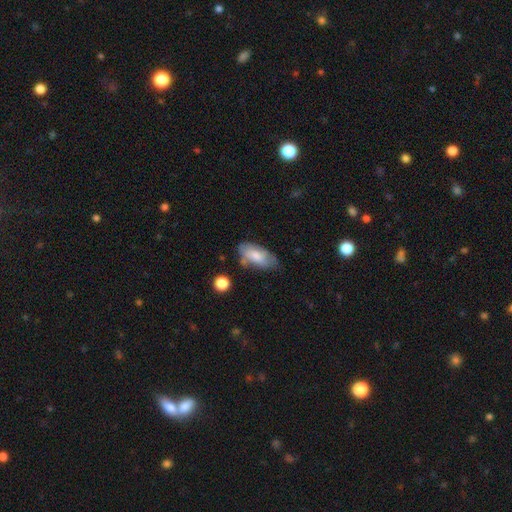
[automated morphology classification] Smooth or featured? smooth (67%)
How rounded? in between (90%)
Merging? none (57%)